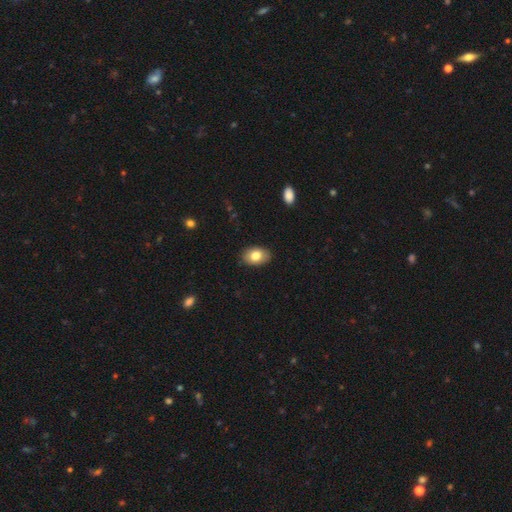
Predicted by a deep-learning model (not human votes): Morphology: type=smooth (81%); roundness=in between (85%); merging=none (87%).